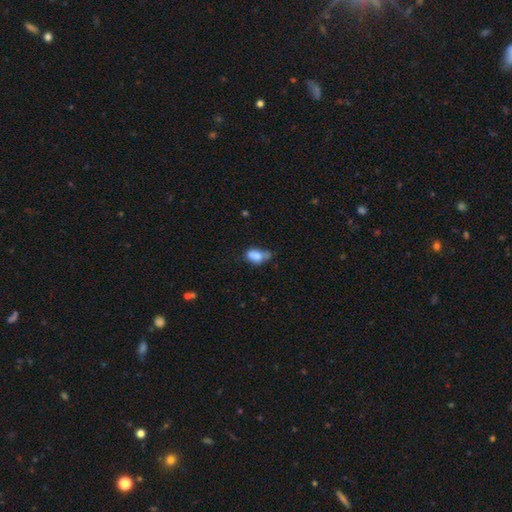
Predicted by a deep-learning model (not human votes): A smooth galaxy with no disk features (78%) that is in between round and cigar-shaped (85%). Merging: minor disturbance (36%).